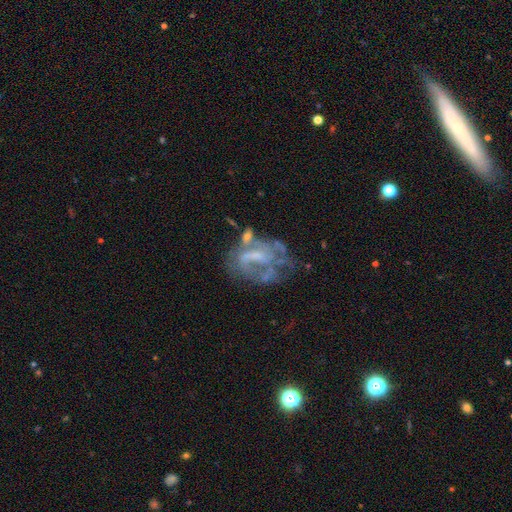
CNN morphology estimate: The model was most divided on "merging": none: 35%, major disturbance: 32%, minor disturbance: 20%, merger: 13%. Remaining: edge-on disk — no (97%); smooth or featured — featured or disk (70%); spiral arms — no (57%); bar — no (53%); bulge size — none (45%).